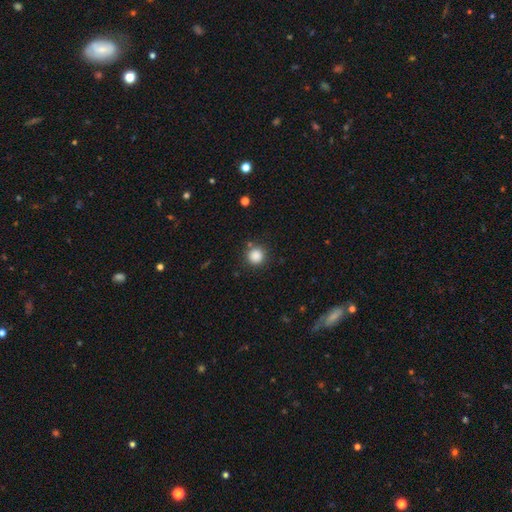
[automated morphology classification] smooth_or_featured: smooth (p=0.86) [alt: star or artifact p=0.11]
how_rounded: round (p=0.93) [alt: in between p=0.06]
merging: none (p=0.85) [alt: minor disturbance p=0.09]